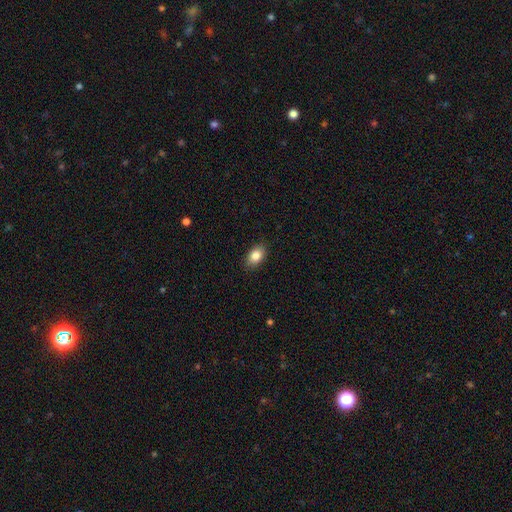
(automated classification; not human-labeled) A smooth galaxy with no disk features (85%) that is in between round and cigar-shaped (87%). Merging: none (87%).